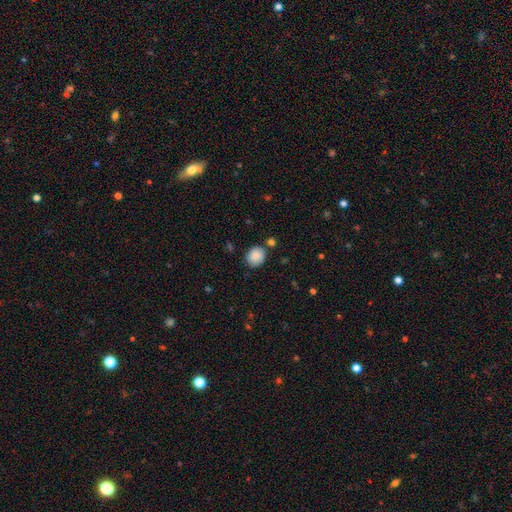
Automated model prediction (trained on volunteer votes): Smooth or featured? Predicted: smooth (p=0.87). How rounded? Predicted: round (p=0.66). Merging? Predicted: none (p=0.79).